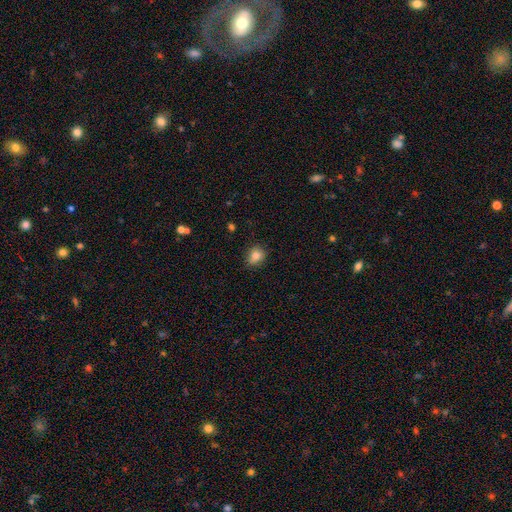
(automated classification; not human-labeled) Smooth or featured? Predicted: smooth (p=0.83). How rounded? Predicted: round (p=0.58). Merging? Predicted: none (p=0.77).